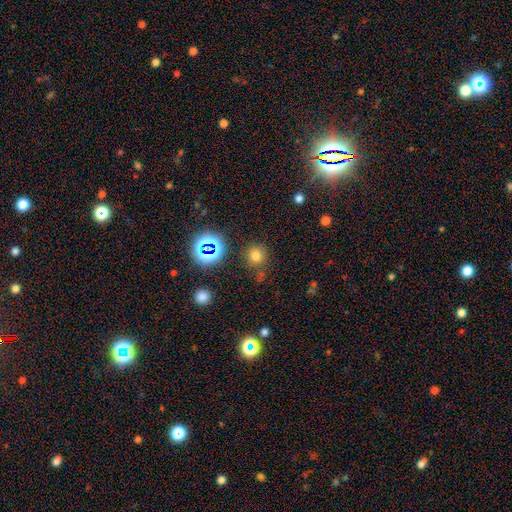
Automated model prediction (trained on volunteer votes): Q: Smooth or featured?
A: smooth (67%); runner-up: star or artifact (26%)
Q: How rounded?
A: round (86%); runner-up: in between (13%)
Q: Merging?
A: none (73%); runner-up: minor disturbance (15%)